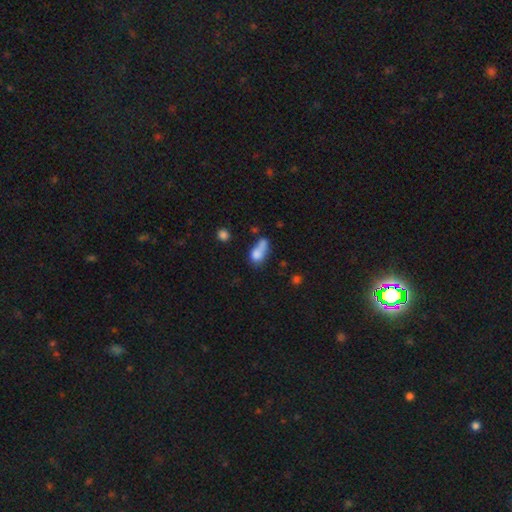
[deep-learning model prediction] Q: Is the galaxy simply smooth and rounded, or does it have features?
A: smooth — 73%.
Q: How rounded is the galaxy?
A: in between — 69%.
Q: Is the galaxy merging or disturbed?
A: merger — 40%.